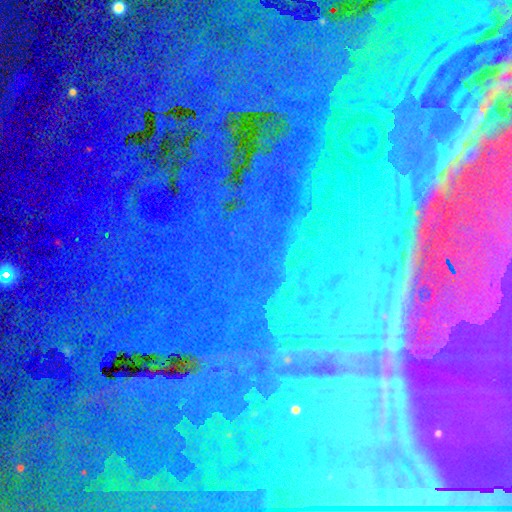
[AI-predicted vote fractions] star or artifact 82%, featured or disk 11%, smooth 7%.